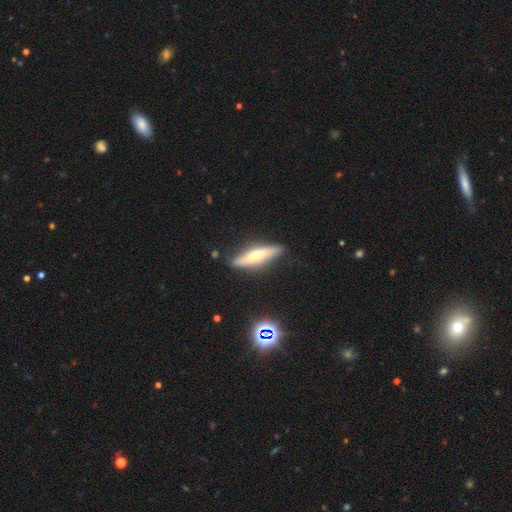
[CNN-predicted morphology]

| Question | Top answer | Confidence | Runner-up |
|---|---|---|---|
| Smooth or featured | featured or disk | 49% | smooth (45%) |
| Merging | none | 81% | minor disturbance (14%) |